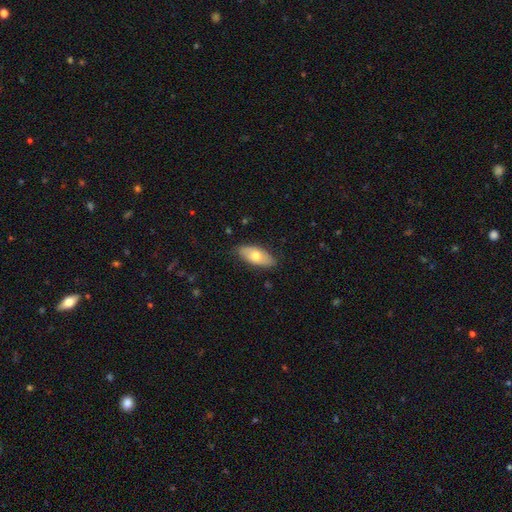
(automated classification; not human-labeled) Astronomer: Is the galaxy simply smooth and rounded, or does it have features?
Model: smooth — 68%.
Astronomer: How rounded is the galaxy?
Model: in between — 88%.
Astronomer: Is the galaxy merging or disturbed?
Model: none — 83%.